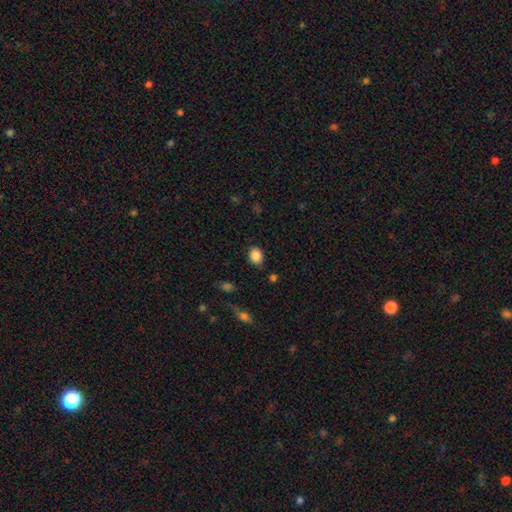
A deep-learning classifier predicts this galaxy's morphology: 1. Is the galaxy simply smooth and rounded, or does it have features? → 87% smooth, 9% star or artifact, 4% featured or disk.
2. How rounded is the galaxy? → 55% in between, 44% round, 1% cigar-shaped.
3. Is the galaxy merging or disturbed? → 82% none, 13% minor disturbance, 3% major disturbance, 2% merger.